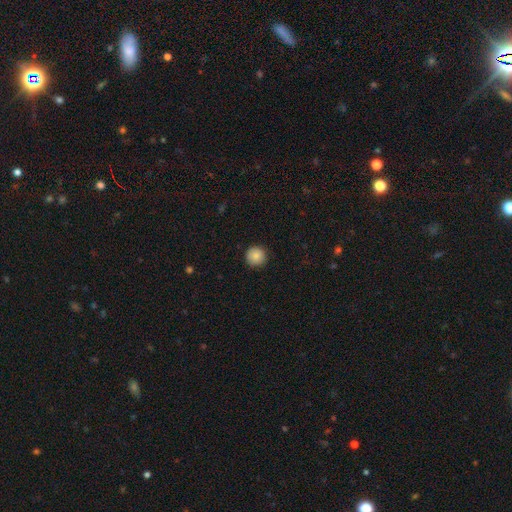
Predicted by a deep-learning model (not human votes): Smooth or featured? Predicted: smooth (p=0.85). How rounded? Predicted: round (p=0.95). Merging? Predicted: none (p=0.90).